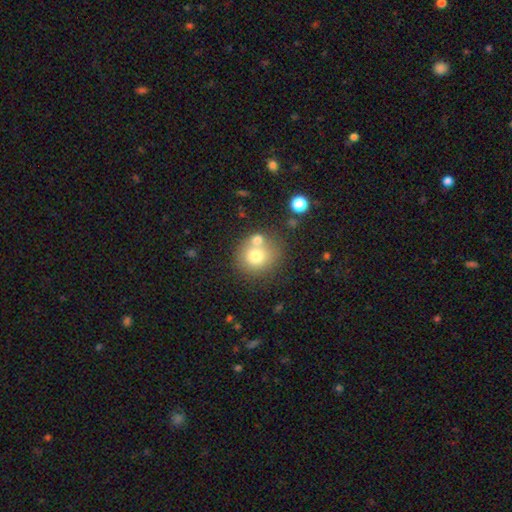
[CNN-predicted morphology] Q: Smooth or featured?
A: smooth (73%); runner-up: featured or disk (16%)
Q: How rounded?
A: round (86%); runner-up: in between (13%)
Q: Merging?
A: none (55%); runner-up: merger (30%)